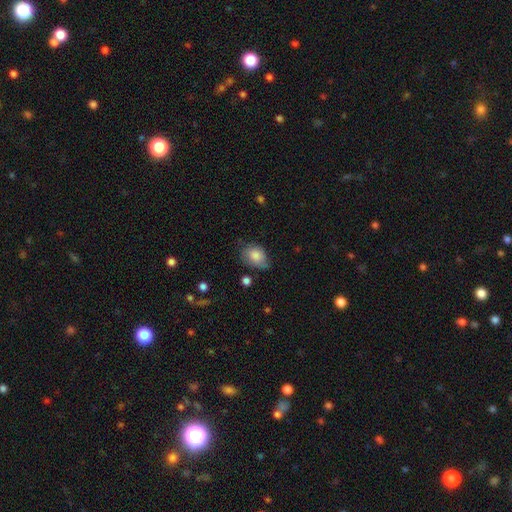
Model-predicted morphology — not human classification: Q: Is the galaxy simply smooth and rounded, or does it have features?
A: smooth — 81%.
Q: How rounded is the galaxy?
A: in between — 71%.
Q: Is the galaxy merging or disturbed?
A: none — 52%.